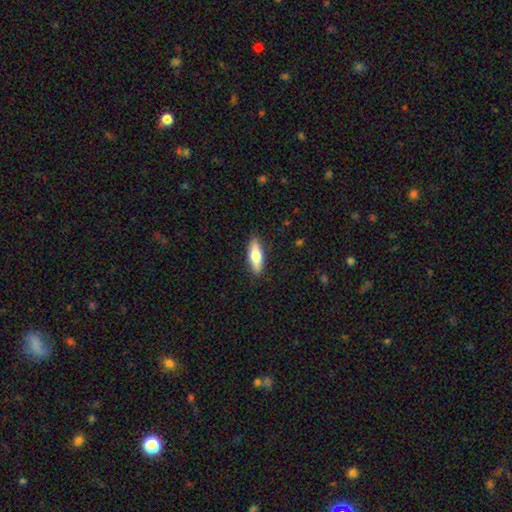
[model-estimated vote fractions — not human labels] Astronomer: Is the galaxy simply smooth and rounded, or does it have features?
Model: smooth — 67%.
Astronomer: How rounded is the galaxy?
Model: in between — 52% (runner-up: cigar-shaped, 46%).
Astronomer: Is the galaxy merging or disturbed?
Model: none — 89%.